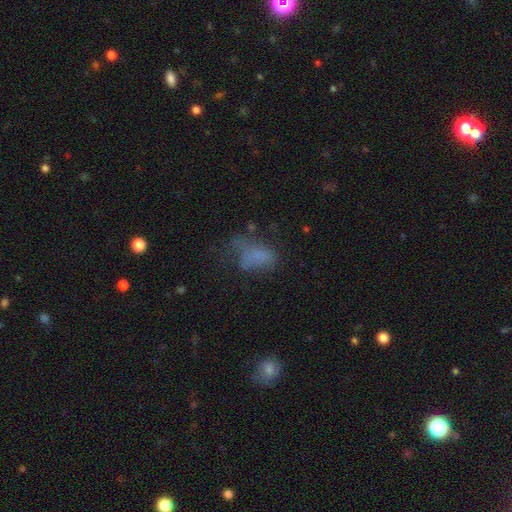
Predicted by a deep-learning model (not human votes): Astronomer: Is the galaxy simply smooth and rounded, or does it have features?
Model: smooth — 55%.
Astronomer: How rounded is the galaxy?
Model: in between — 85%.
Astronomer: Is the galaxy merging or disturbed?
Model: major disturbance — 43% (runner-up: none, 28%).